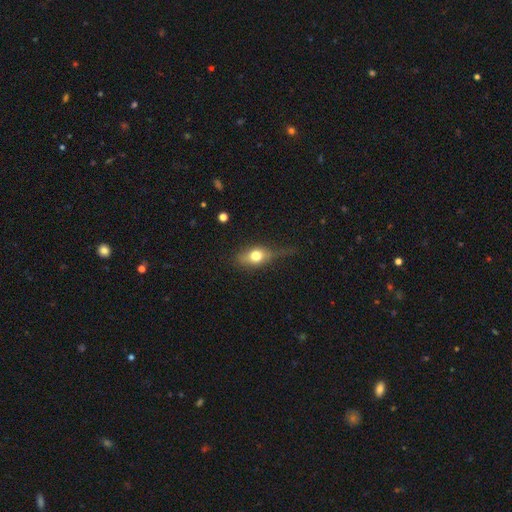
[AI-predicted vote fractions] Q: Smooth or featured?
A: smooth (67%); runner-up: featured or disk (23%)
Q: How rounded?
A: in between (69%); runner-up: round (22%)
Q: Merging?
A: none (46%); runner-up: minor disturbance (32%)